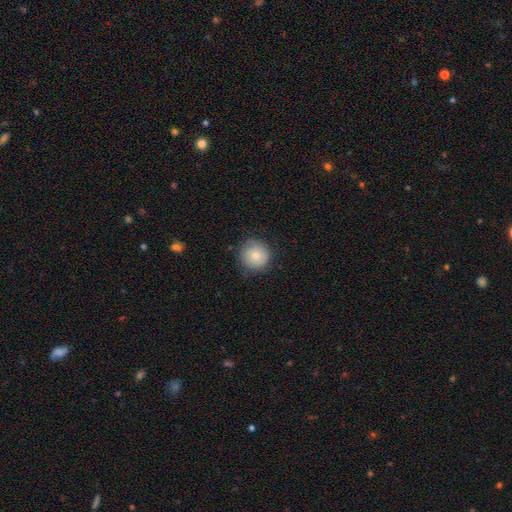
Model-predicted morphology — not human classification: A smooth galaxy with no disk features (78%) that is round (92%). Merging: none (77%).